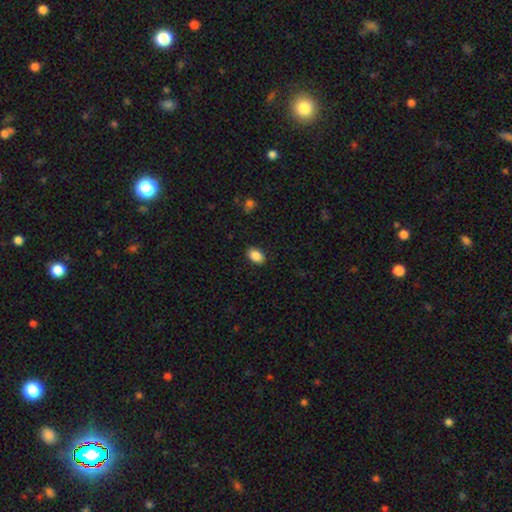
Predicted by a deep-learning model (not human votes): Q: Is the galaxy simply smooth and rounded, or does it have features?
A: smooth — 88%.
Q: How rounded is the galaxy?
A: in between — 85%.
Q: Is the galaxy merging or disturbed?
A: none — 88%.